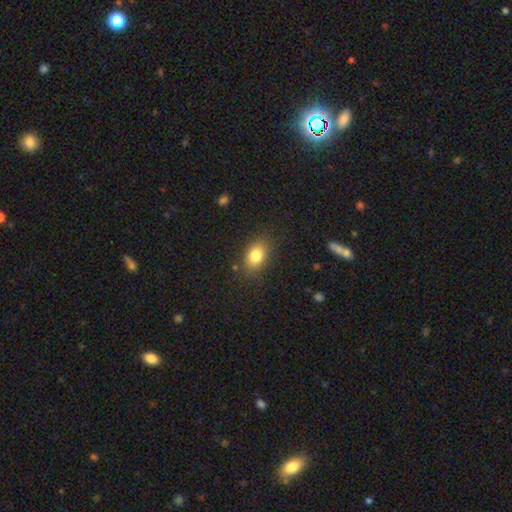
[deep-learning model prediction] Smooth or featured?
  - smooth: 82% *
  - star or artifact: 9%
  - featured or disk: 8%
How rounded?
  - in between: 81% *
  - round: 17%
  - cigar-shaped: 2%
Merging?
  - none: 83% *
  - minor disturbance: 12%
  - major disturbance: 4%
  - merger: 2%